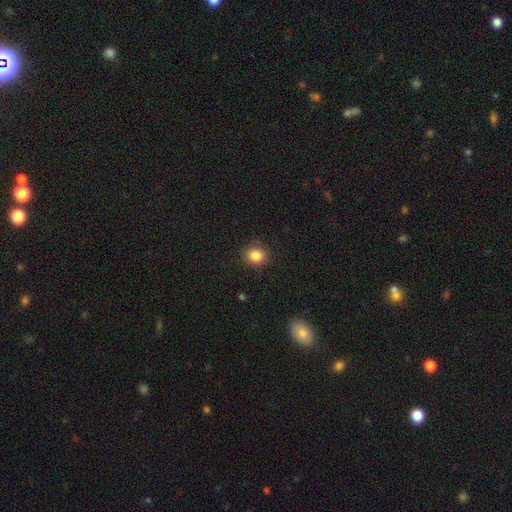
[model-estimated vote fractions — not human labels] smooth-or-featured: smooth: 85% | star or artifact: 11% | featured or disk: 4%
  how-rounded: round: 78% | in between: 21% | cigar-shaped: 1%
  merging: none: 88% | minor disturbance: 9% | major disturbance: 3% | merger: 1%